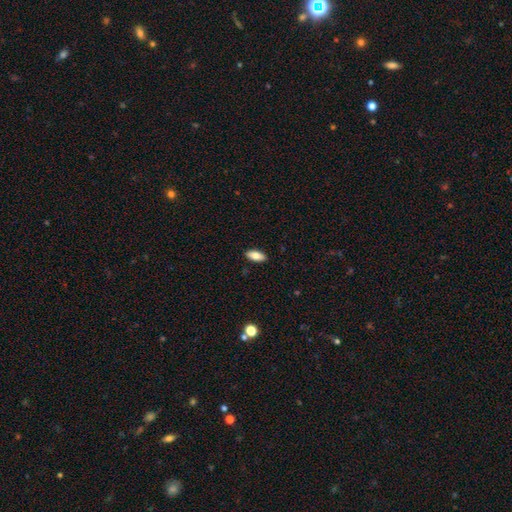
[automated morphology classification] The model was most divided on "smooth or featured": smooth: 80%, featured or disk: 13%, star or artifact: 7%. More confident: merging — none (90%); how rounded — in between (85%).